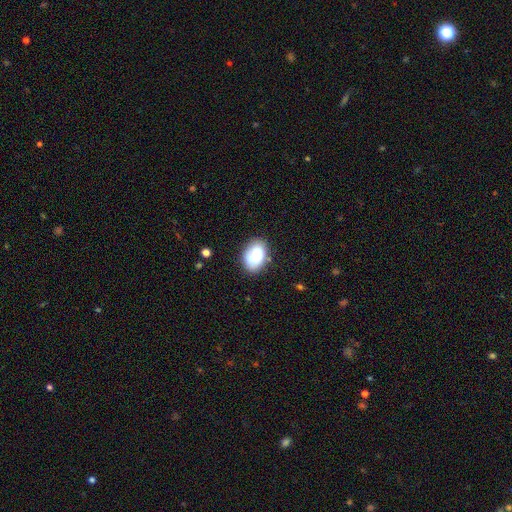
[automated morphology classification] smooth_or_featured: smooth (p=0.81) [alt: featured or disk p=0.12]
how_rounded: in between (p=0.85) [alt: round p=0.14]
merging: none (p=0.77) [alt: minor disturbance p=0.17]